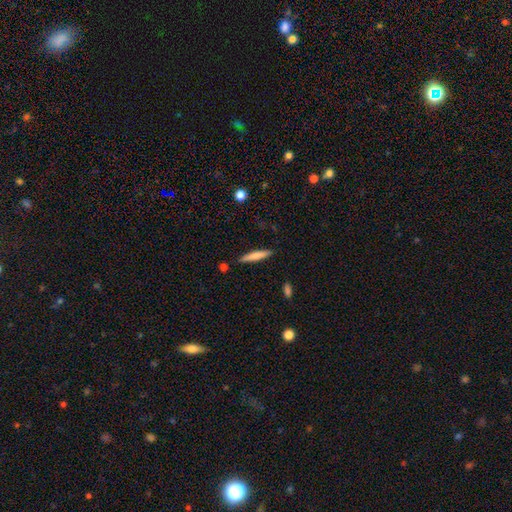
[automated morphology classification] Q: Smooth or featured?
A: smooth (68%); runner-up: featured or disk (26%)
Q: How rounded?
A: cigar-shaped (92%); runner-up: in between (7%)
Q: Merging?
A: none (89%); runner-up: minor disturbance (8%)